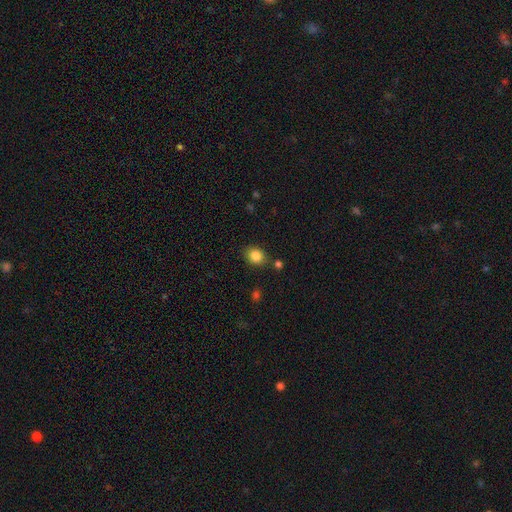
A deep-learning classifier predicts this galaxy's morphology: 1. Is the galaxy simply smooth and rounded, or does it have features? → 85% smooth, 10% star or artifact, 5% featured or disk.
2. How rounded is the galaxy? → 62% round, 37% in between, 1% cigar-shaped.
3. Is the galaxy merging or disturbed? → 80% none, 12% minor disturbance, 6% merger, 3% major disturbance.